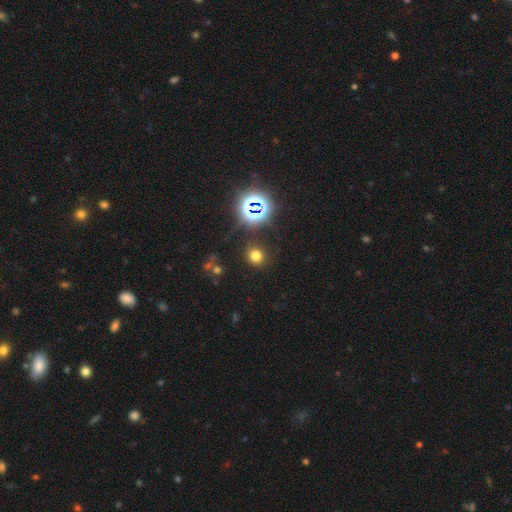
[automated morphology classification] Overall: smooth (69%). How rounded: round (86%). Merging: none (85%).